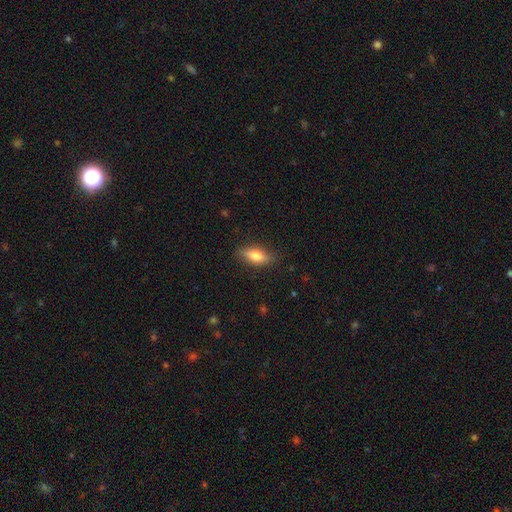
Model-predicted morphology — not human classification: Smooth or featured? smooth (71%)
How rounded? in between (68%)
Merging? none (82%)